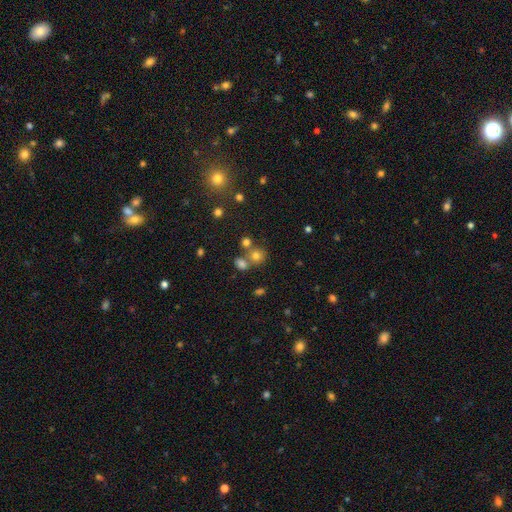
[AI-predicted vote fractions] smooth 70%, star or artifact 20%, featured or disk 10%. Down the decision tree: how rounded — round (84%); merging — none (61%).